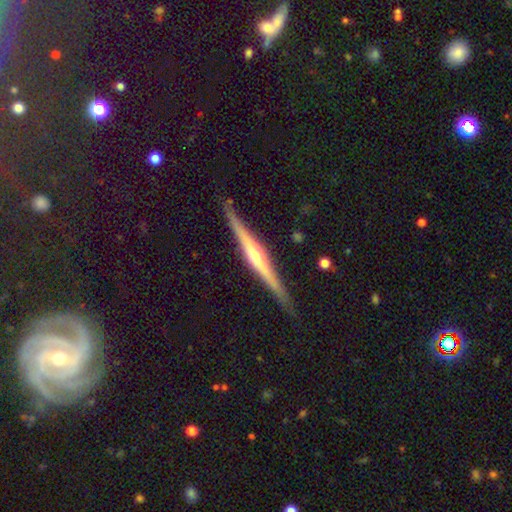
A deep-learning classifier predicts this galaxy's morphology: A featured or disk galaxy (81%) viewed edge-on (98%) with a rounded central bulge (81%).

Vote fractions:
- Smooth or featured? featured or disk: 81% / smooth: 13% / star or artifact: 6%
- Edge-on disk? yes: 98% / no: 2%
- Edge-on bulge? rounded: 81% / none: 13% / boxy: 6%
- Merging? none: 89% / minor disturbance: 8% / major disturbance: 2% / merger: 1%